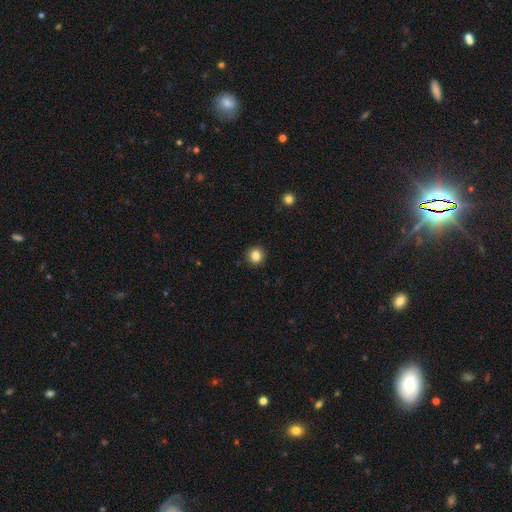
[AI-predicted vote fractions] The model was most divided on "smooth or featured": smooth: 84%, star or artifact: 11%, featured or disk: 5%. More confident: how rounded — round (93%); merging — none (92%).